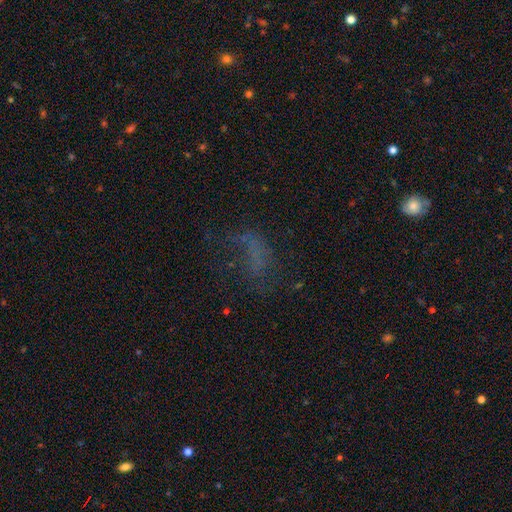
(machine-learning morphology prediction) This is marginally a smooth galaxy (35%). Merging: marginally none (41%).